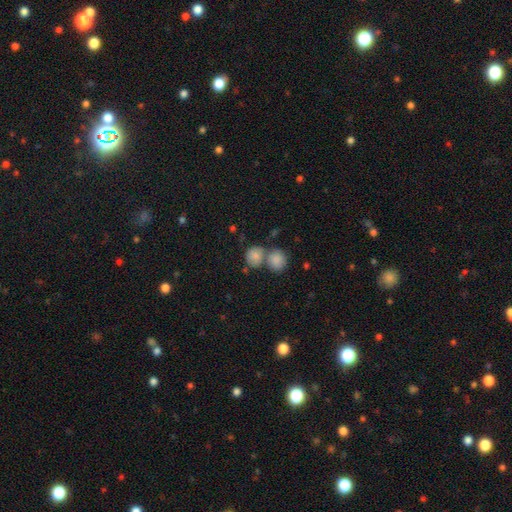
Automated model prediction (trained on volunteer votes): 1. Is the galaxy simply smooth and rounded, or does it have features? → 73% smooth, 15% star or artifact, 12% featured or disk.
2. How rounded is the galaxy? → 81% round, 18% in between, 1% cigar-shaped.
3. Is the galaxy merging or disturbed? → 46% none, 41% merger, 9% minor disturbance, 4% major disturbance.